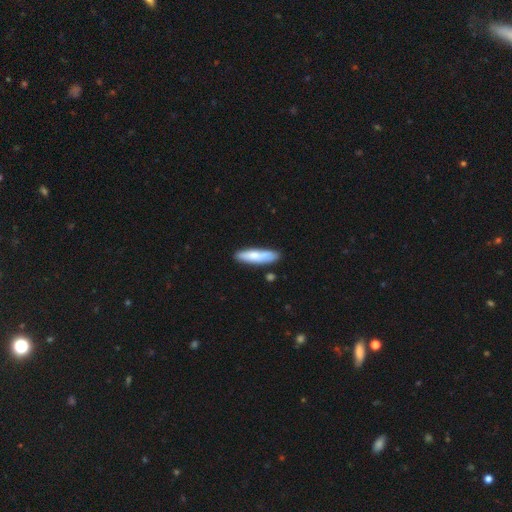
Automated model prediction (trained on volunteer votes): This is likely a smooth galaxy (68%). How rounded: likely cigar-shaped (71%). Merging: likely none (77%).